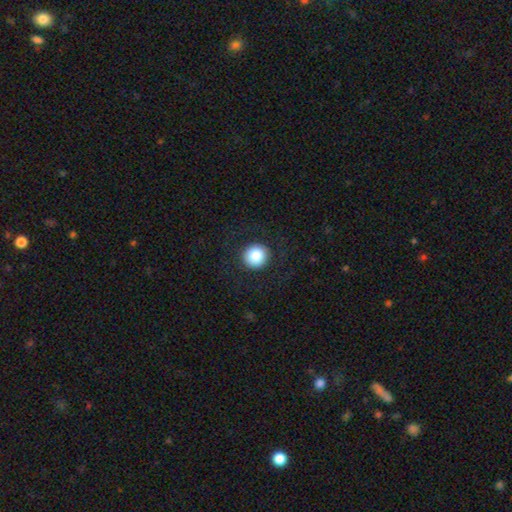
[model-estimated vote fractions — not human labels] This is clearly a smooth galaxy (85%). How rounded: clearly round (95%). Merging: clearly none (89%).